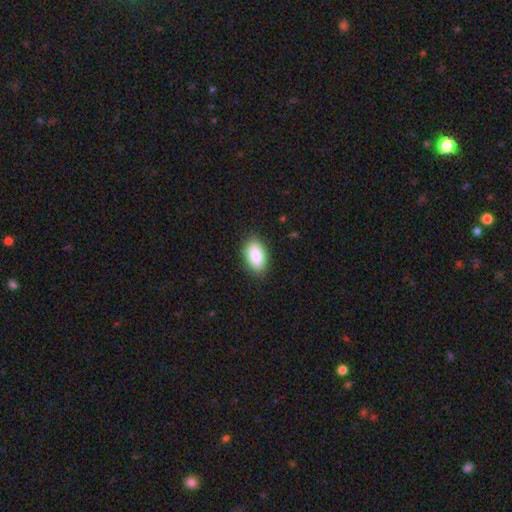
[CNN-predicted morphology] A smooth galaxy with no disk features (87%) that is in between round and cigar-shaped (93%). Merging: none (86%).